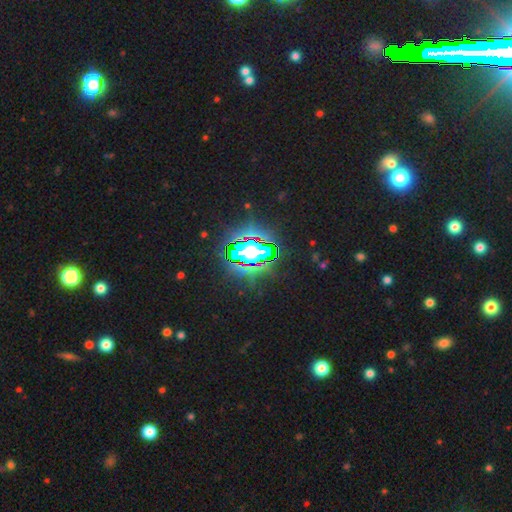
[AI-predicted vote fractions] This appears to be a star or artifact, not a galaxy (74%).